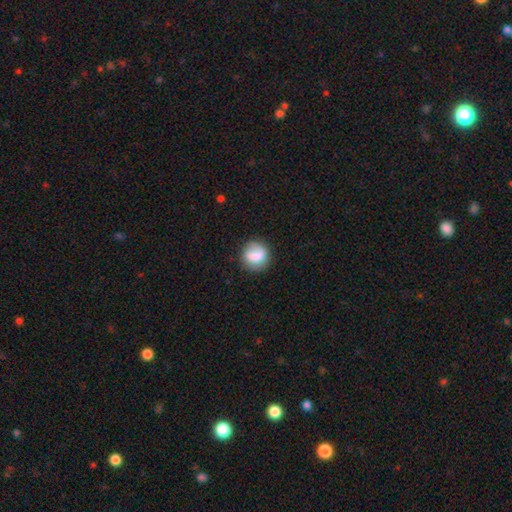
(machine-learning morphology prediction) smooth_or_featured: smooth (p=0.78) [alt: featured or disk p=0.14]
how_rounded: round (p=0.86) [alt: in between p=0.13]
merging: none (p=0.77) [alt: minor disturbance p=0.16]